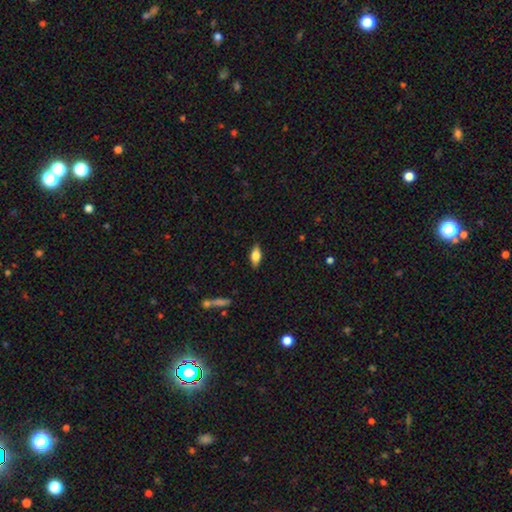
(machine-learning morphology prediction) smooth-or-featured: smooth: 74% | featured or disk: 19% | star or artifact: 7%
  how-rounded: in between: 82% | cigar-shaped: 14% | round: 3%
  merging: none: 86% | minor disturbance: 10% | major disturbance: 2% | merger: 1%